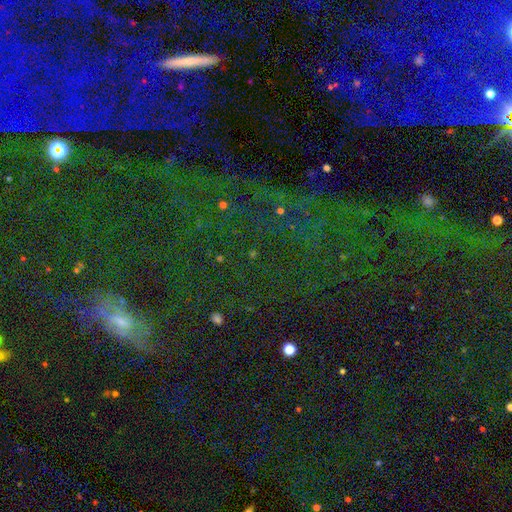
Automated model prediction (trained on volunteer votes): smooth_or_featured: star or artifact (p=0.71) [alt: smooth p=0.17]